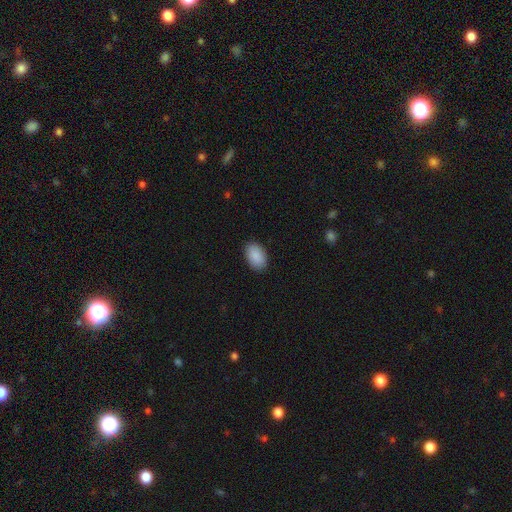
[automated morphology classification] Smooth or featured?
  - smooth: 90% *
  - star or artifact: 6%
  - featured or disk: 3%
How rounded?
  - in between: 93% *
  - round: 6%
  - cigar-shaped: 1%
Merging?
  - none: 88% *
  - minor disturbance: 9%
  - major disturbance: 2%
  - merger: 1%